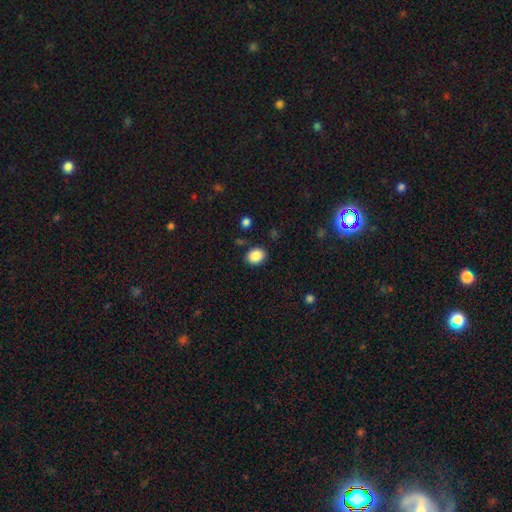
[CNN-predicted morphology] Smooth or featured?
  - smooth: 87% *
  - star or artifact: 9%
  - featured or disk: 4%
How rounded?
  - round: 51% *
  - in between: 48%
  - cigar-shaped: 1%
Merging?
  - none: 85% *
  - minor disturbance: 10%
  - major disturbance: 3%
  - merger: 2%